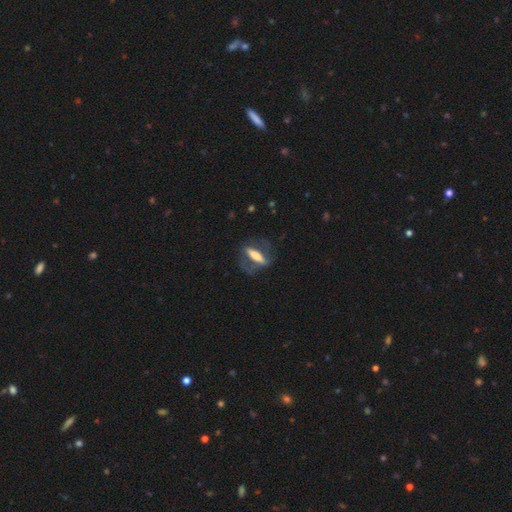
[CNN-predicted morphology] Overall: featured or disk (58%; smooth 34%). Edge-on disk: yes (53%; no 47%). Merging: none (57%; major disturbance 23%).